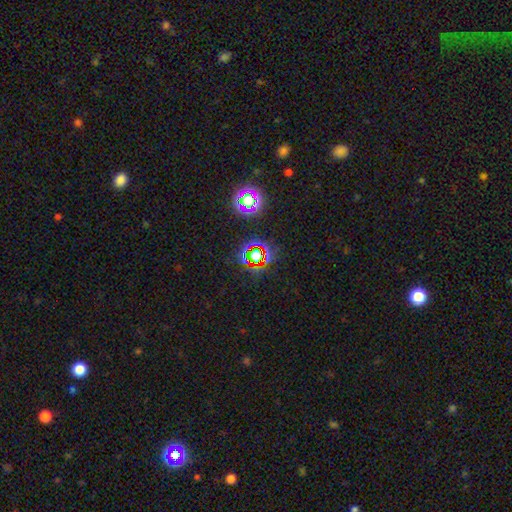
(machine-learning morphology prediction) A star or artifact, not a galaxy (71%).